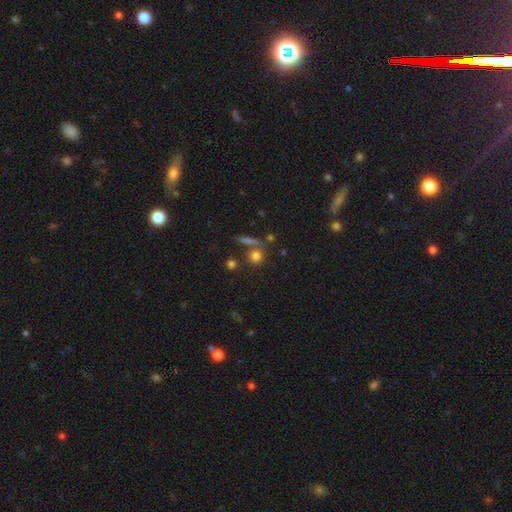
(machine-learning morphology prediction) A smooth galaxy with no disk features (75%) that is round (85%).

Vote fractions:
- Smooth or featured? smooth: 75% / star or artifact: 15% / featured or disk: 10%
- How rounded? round: 85% / in between: 11% / cigar-shaped: 5%
- Merging? none: 69% / merger: 18% / minor disturbance: 9% / major disturbance: 4%